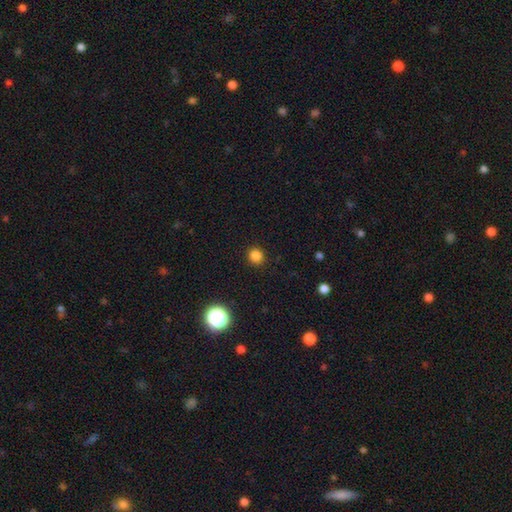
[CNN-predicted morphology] Q: Smooth or featured?
A: smooth (83%); runner-up: star or artifact (14%)
Q: How rounded?
A: round (90%); runner-up: in between (10%)
Q: Merging?
A: none (92%); runner-up: minor disturbance (5%)